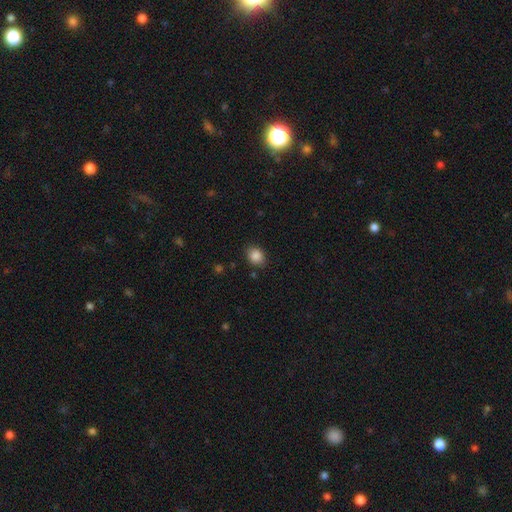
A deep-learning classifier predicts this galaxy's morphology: A smooth galaxy with no disk features (87%) that is round (55%).

Vote fractions:
- Smooth or featured? smooth: 87% / star or artifact: 10% / featured or disk: 4%
- How rounded? round: 55% / in between: 44% / cigar-shaped: 1%
- Merging? none: 85% / minor disturbance: 11% / major disturbance: 3% / merger: 2%